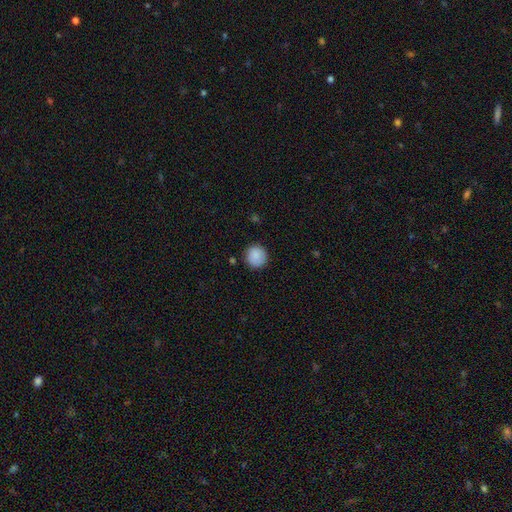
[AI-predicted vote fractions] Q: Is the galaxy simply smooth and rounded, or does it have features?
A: smooth — 87%.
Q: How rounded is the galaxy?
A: round — 93%.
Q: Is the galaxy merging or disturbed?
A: none — 87%.